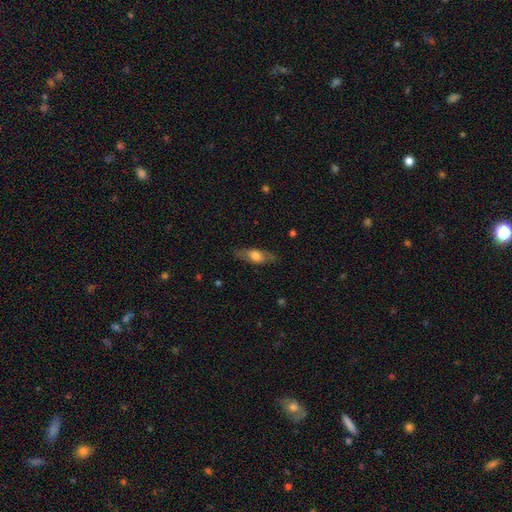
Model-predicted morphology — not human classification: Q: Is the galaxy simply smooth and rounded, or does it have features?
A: smooth — 55%.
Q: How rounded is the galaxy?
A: in between — 64%.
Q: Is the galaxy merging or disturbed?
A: none — 77%.